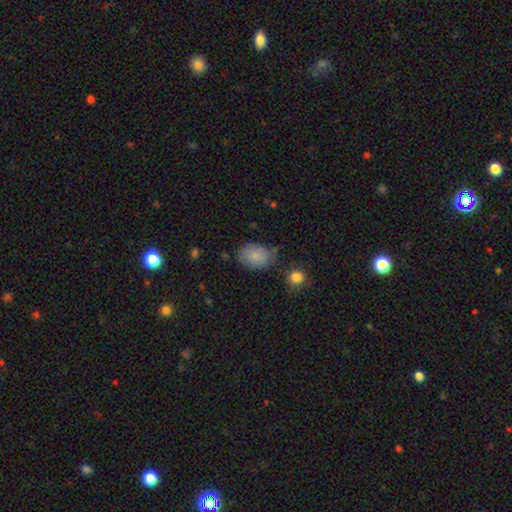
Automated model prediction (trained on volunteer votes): Morphology: type=smooth (82%); roundness=in between (78%); merging=none (68%).